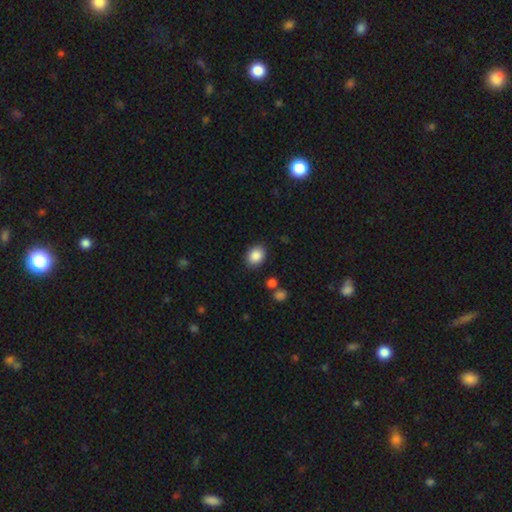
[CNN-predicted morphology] Smooth or featured? smooth (87%)
How rounded? in between (51%)
Merging? none (86%)